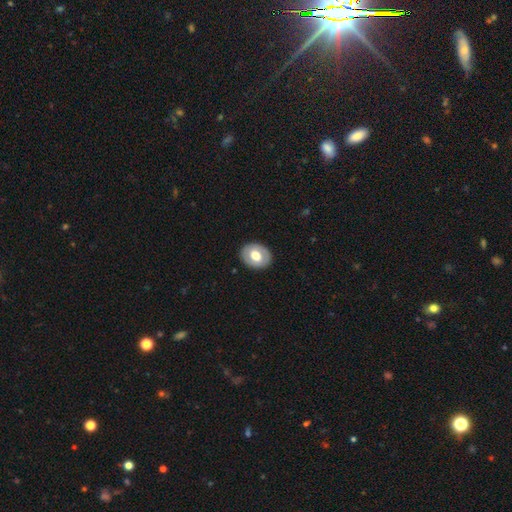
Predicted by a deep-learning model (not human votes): Smooth or featured: smooth — 57% (featured or disk — 37%)
How rounded: in between — 56% (round — 43%)
Merging: none — 87% (minor disturbance — 9%)